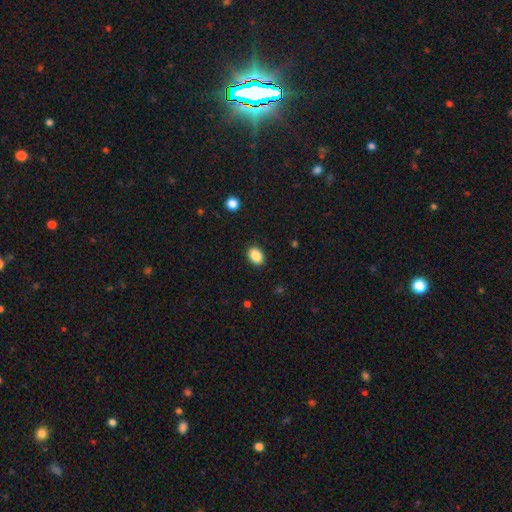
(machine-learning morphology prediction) Smooth or featured?
  - smooth: 88% *
  - star or artifact: 8%
  - featured or disk: 4%
How rounded?
  - in between: 77% *
  - round: 22%
  - cigar-shaped: 1%
Merging?
  - none: 90% *
  - minor disturbance: 7%
  - major disturbance: 2%
  - merger: 1%